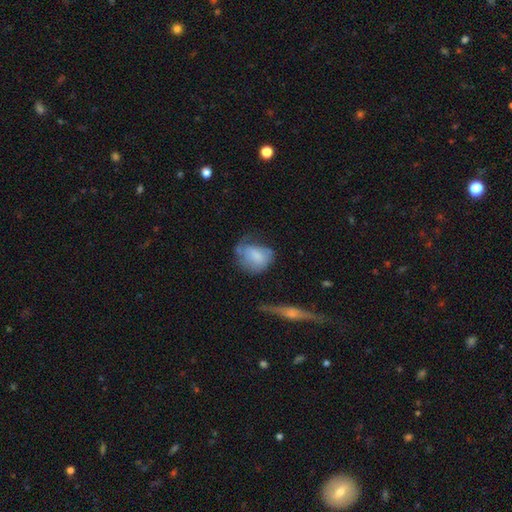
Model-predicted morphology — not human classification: This is likely a smooth galaxy (65%). How rounded: possibly in between (56%). Merging: marginally none (35%).